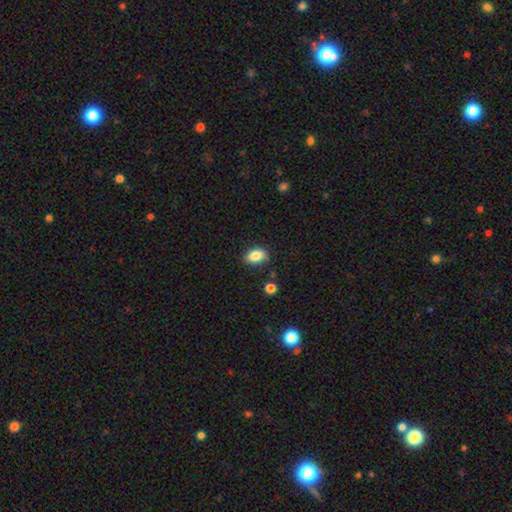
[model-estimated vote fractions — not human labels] Q: Smooth or featured?
A: smooth (84%); runner-up: star or artifact (9%)
Q: How rounded?
A: in between (84%); runner-up: round (15%)
Q: Merging?
A: none (79%); runner-up: minor disturbance (15%)